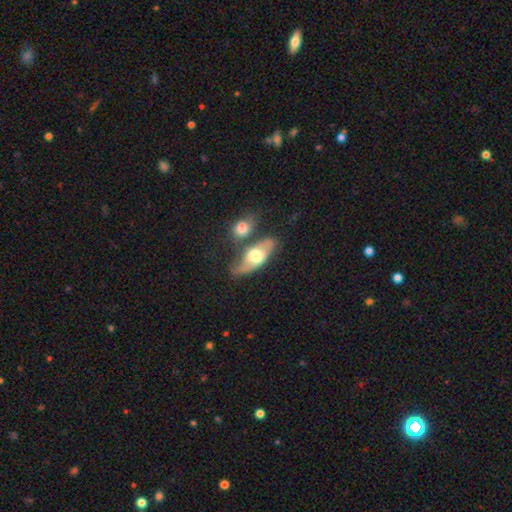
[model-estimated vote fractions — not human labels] Smooth or featured: featured or disk — 51% (smooth — 43%)
Edge-on disk: no — 74% (yes — 26%)
Merging: none — 45% (merger — 30%)